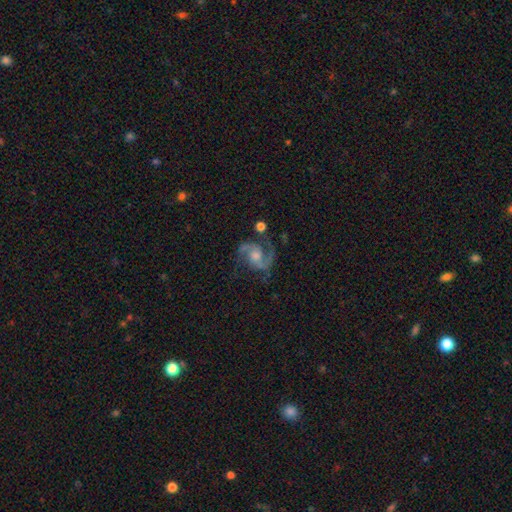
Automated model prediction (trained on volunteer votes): featured or disk 90%, star or artifact 6%, smooth 4%. Down the decision tree: edge-on disk — no (98%); bar — no (58%); spiral arms — yes (98%); spiral arm count — 2 (91%); spiral winding — medium (62%); bulge size — moderate (51%); merging — none (71%).